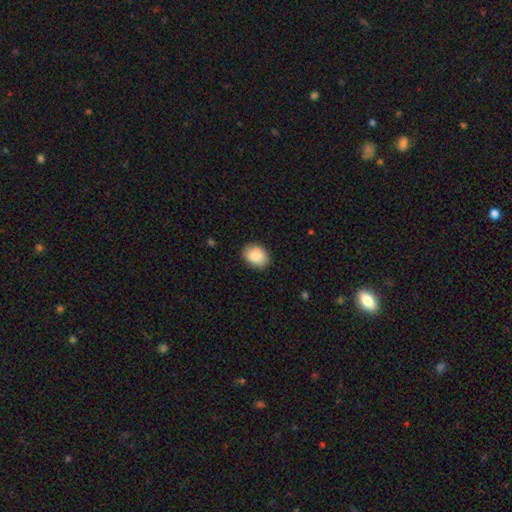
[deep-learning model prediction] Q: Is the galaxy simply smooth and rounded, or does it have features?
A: smooth — 87%.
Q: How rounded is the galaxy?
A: in between — 65%.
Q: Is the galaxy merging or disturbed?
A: none — 84%.